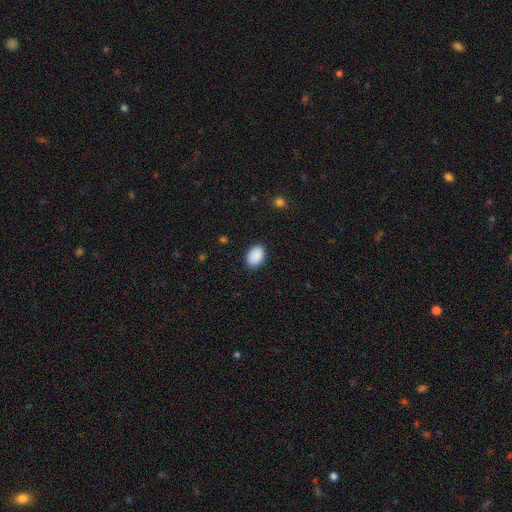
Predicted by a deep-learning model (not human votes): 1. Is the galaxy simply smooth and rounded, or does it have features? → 90% smooth, 7% star or artifact, 3% featured or disk.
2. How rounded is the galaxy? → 85% in between, 14% round, 1% cigar-shaped.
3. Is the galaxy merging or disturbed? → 87% none, 10% minor disturbance, 2% major disturbance, 1% merger.